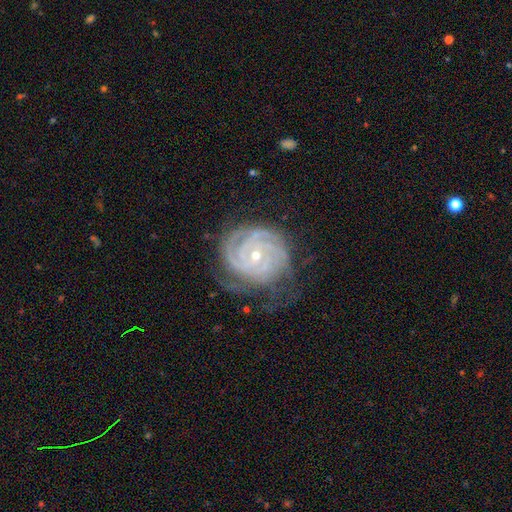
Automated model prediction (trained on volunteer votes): smooth_or_featured: featured or disk (p=0.90) [alt: star or artifact p=0.06]
disk_edge_on: no (p=0.98) [alt: yes p=0.02]
bar: no (p=0.65) [alt: weak p=0.25]
has_spiral_arms: yes (p=0.98) [alt: no p=0.02]
spiral_winding: tight (p=0.83) [alt: medium p=0.15]
spiral_arm_count: 4 (p=0.28) [alt: 3 p=0.26]
bulge_size: small (p=0.64) [alt: moderate p=0.33]
merging: none (p=0.66) [alt: minor disturbance p=0.22]